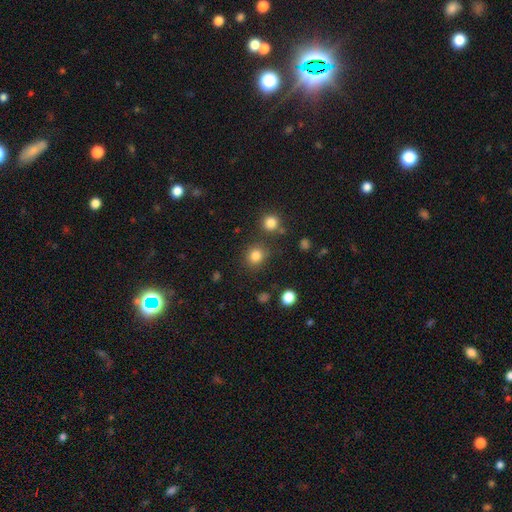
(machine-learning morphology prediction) A smooth galaxy with no disk features (82%) that is round (85%). Merging: none (81%).